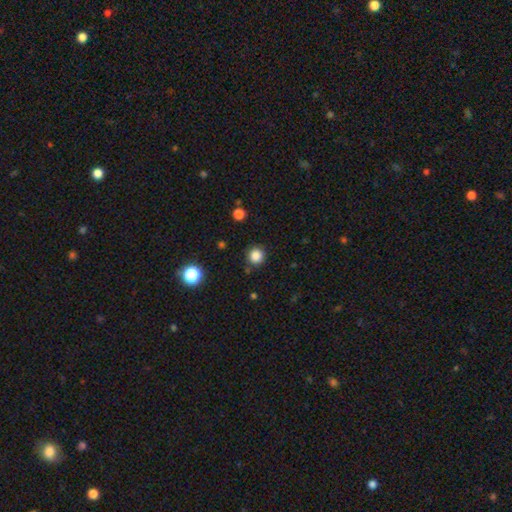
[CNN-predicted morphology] A smooth galaxy with no disk features (84%) that is round (94%).

Vote fractions:
- Smooth or featured? smooth: 84% / star or artifact: 12% / featured or disk: 4%
- How rounded? round: 94% / in between: 5% / cigar-shaped: 1%
- Merging? none: 88% / minor disturbance: 7% / major disturbance: 2% / merger: 2%